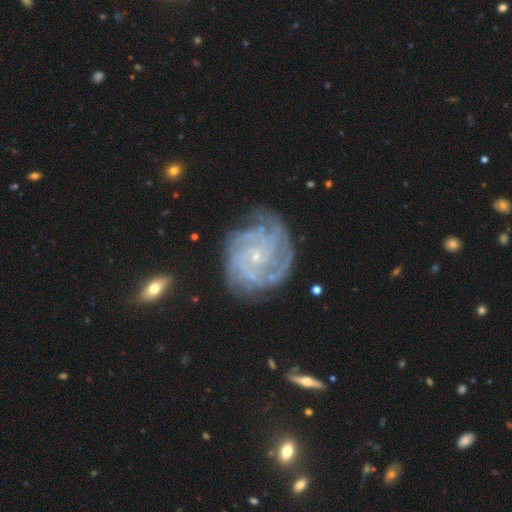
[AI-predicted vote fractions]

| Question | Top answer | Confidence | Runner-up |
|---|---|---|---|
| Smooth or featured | featured or disk | 89% | star or artifact (6%) |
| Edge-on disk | no | 98% | yes (2%) |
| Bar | no | 73% | weak (21%) |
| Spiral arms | yes | 98% | no (2%) |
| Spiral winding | tight | 75% | medium (21%) |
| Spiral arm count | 4 | 30% | 3 (19%) |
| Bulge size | small | 85% | moderate (9%) |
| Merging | none | 72% | minor disturbance (19%) |